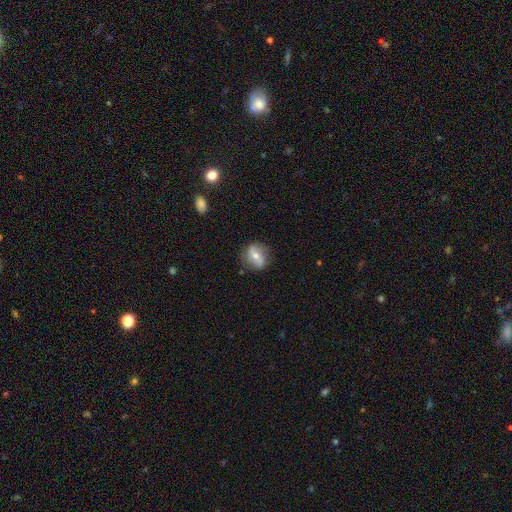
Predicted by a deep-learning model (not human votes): Smooth or featured: featured or disk — 56% (smooth — 36%)
Edge-on disk: no — 92% (yes — 8%)
Bar: strong — 37% (weak — 32%)
Spiral arms: yes — 71% (no — 29%)
Bulge size: moderate — 59% (small — 36%)
Merging: none — 78% (minor disturbance — 16%)